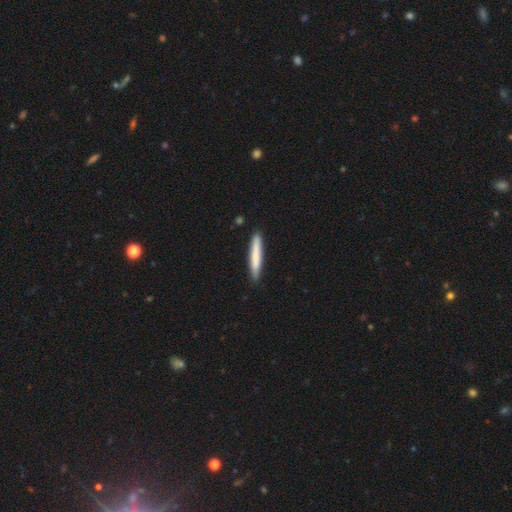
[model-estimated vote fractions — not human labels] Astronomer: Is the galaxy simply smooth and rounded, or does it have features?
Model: smooth — 74%.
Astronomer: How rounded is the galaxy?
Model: cigar-shaped — 95%.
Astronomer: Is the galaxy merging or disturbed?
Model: none — 88%.